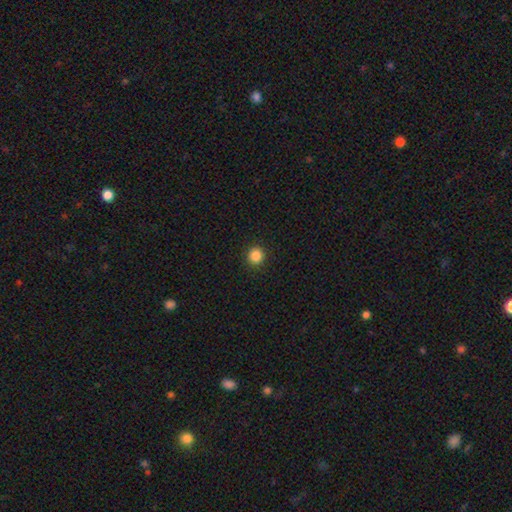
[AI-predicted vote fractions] This appears to be a smooth galaxy with no disk features (86%) that is round (92%). Merging: none (93%).